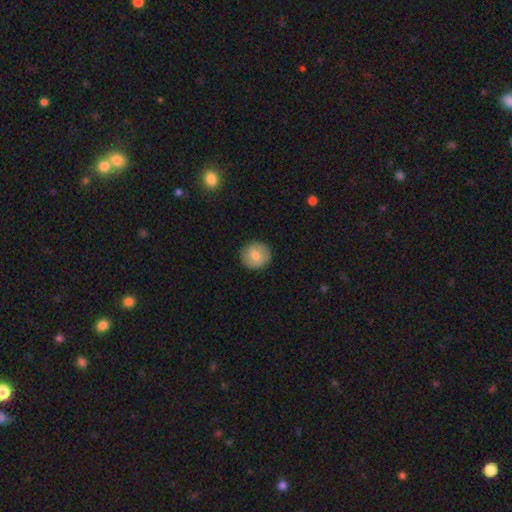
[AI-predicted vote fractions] The model was most divided on "smooth or featured": smooth: 75%, featured or disk: 18%, star or artifact: 7%. More confident: how rounded — round (92%); merging — none (89%).